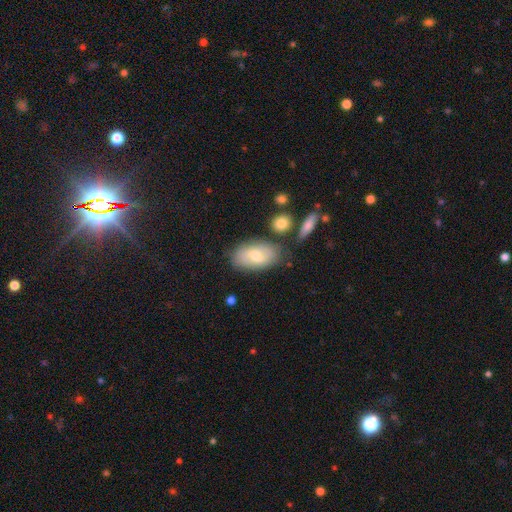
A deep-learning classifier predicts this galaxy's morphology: smooth-or-featured: smooth: 64% | featured or disk: 30% | star or artifact: 7%
  how-rounded: in between: 93% | round: 5% | cigar-shaped: 2%
  merging: none: 74% | minor disturbance: 15% | merger: 7% | major disturbance: 4%